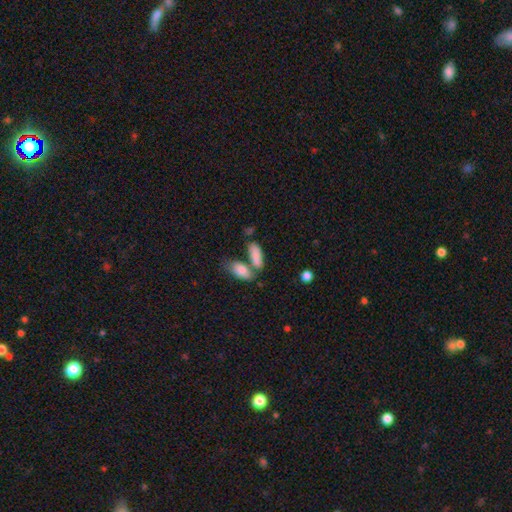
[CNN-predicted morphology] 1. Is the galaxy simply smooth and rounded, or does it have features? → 85% smooth, 8% featured or disk, 7% star or artifact.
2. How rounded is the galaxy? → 77% in between, 20% cigar-shaped, 3% round.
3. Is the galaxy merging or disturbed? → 47% none, 37% merger, 12% minor disturbance, 5% major disturbance.